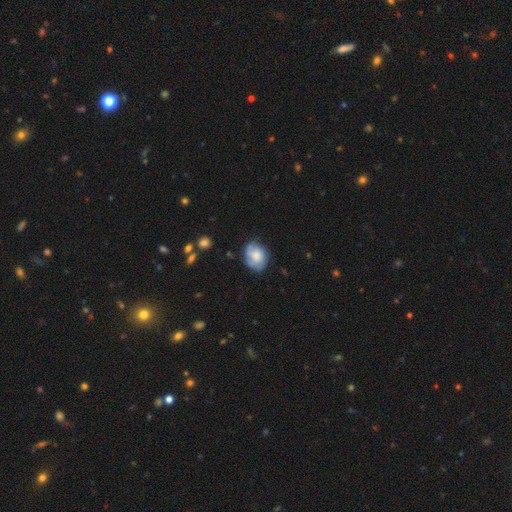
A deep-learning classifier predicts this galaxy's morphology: smooth-or-featured: smooth: 63% | featured or disk: 30% | star or artifact: 7%
  how-rounded: in between: 67% | round: 32% | cigar-shaped: 1%
  merging: none: 65% | minor disturbance: 27% | major disturbance: 7% | merger: 2%